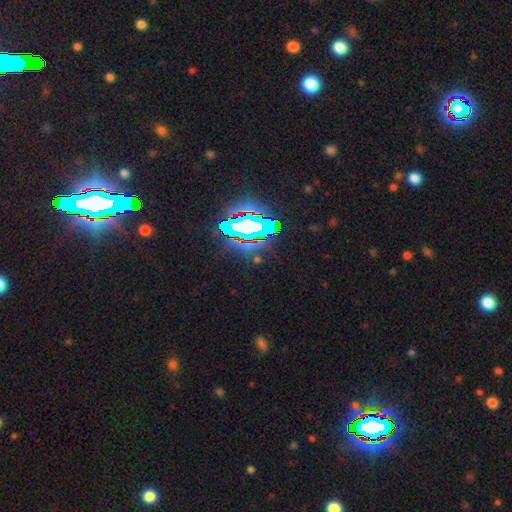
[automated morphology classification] The model was most divided on "smooth or featured": star or artifact: 68%, smooth: 16%, featured or disk: 16%.